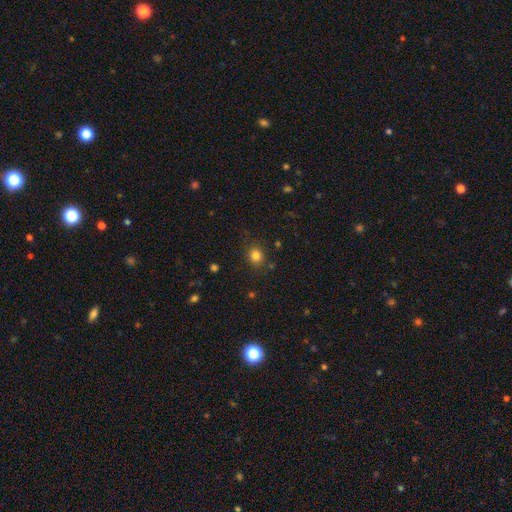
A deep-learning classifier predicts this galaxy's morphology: This is clearly a smooth galaxy (82%). How rounded: likely round (72%). Merging: clearly none (85%).